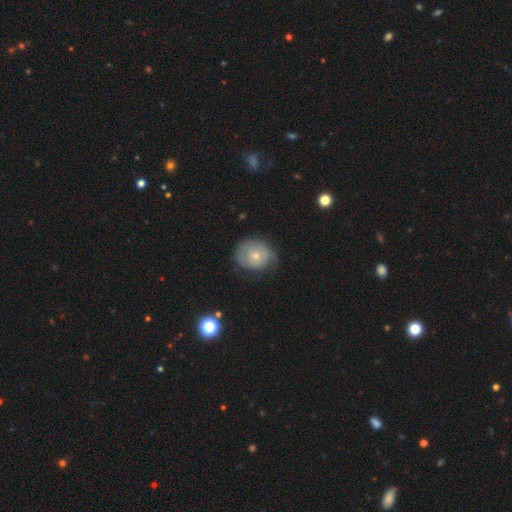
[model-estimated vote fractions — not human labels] This appears to be a smooth galaxy with no disk features (48%). Merging: none (60%).